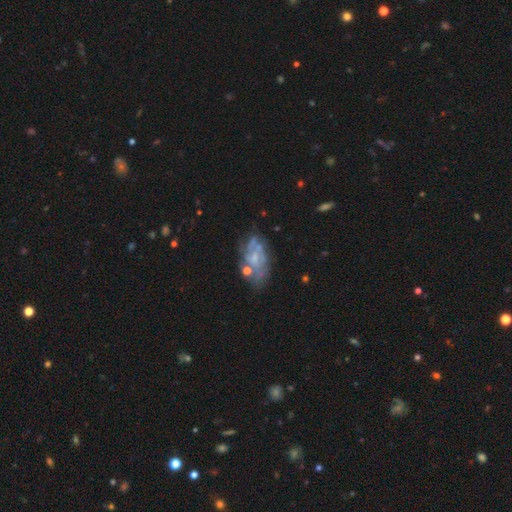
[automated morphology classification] type=featured or disk (68%); edge-on=no (95%); bar=no (67%); spiral arms=yes (59%); bulge=small (49%); merging=none (57%).